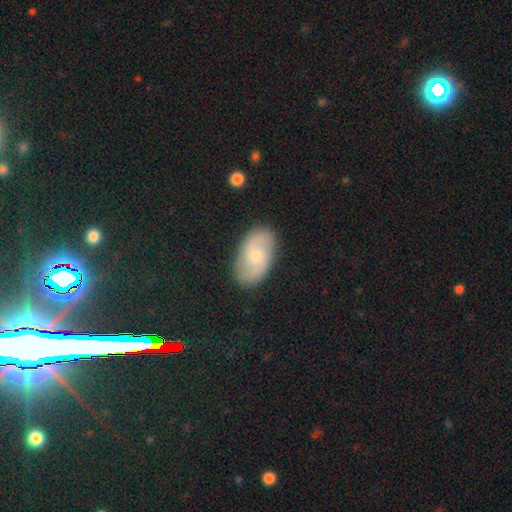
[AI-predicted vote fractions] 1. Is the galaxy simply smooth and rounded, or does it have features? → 59% featured or disk, 33% smooth, 7% star or artifact.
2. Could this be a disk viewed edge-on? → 96% no, 4% yes.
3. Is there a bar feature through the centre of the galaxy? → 63% no, 33% weak, 5% strong.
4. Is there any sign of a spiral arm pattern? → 87% yes, 13% no.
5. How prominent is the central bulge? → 54% small, 40% moderate, 2% large, 2% none, 1% dominant.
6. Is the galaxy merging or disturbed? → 85% none, 11% minor disturbance, 3% major disturbance, 1% merger.